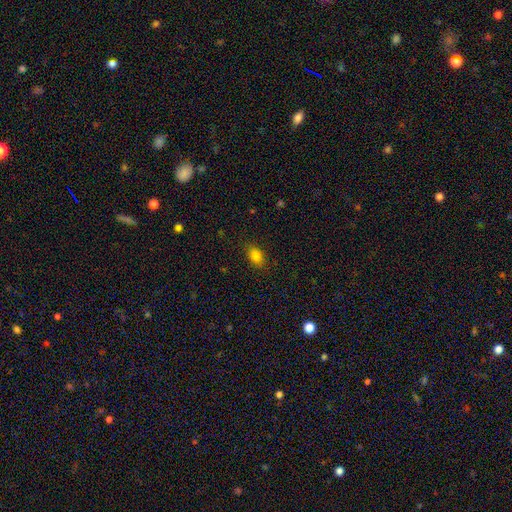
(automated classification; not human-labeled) Morphology: type=smooth (83%); roundness=in between (82%); merging=none (85%).